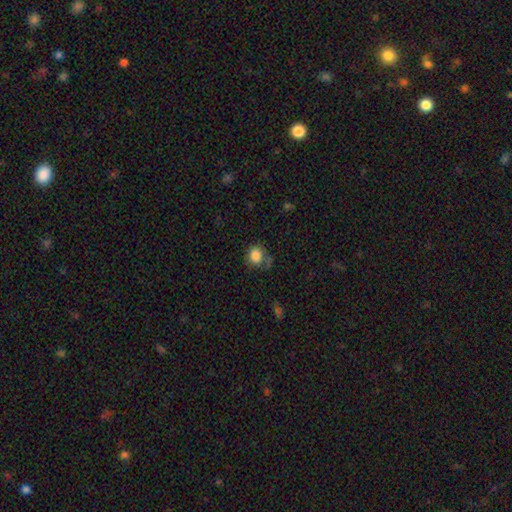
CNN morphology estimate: A smooth galaxy with no disk features (84%) that is round (73%).

Vote fractions:
- Smooth or featured? smooth: 84% / star or artifact: 10% / featured or disk: 6%
- How rounded? round: 73% / in between: 26% / cigar-shaped: 1%
- Merging? none: 63% / minor disturbance: 22% / major disturbance: 9% / merger: 6%